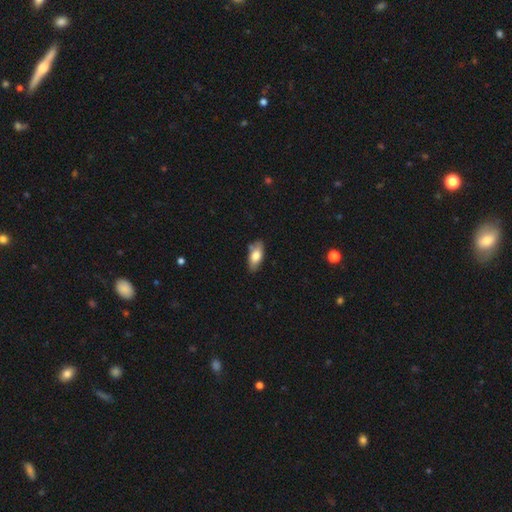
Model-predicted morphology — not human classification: Q: Smooth or featured?
A: smooth (74%); runner-up: featured or disk (20%)
Q: How rounded?
A: in between (88%); runner-up: cigar-shaped (9%)
Q: Merging?
A: none (77%); runner-up: minor disturbance (18%)